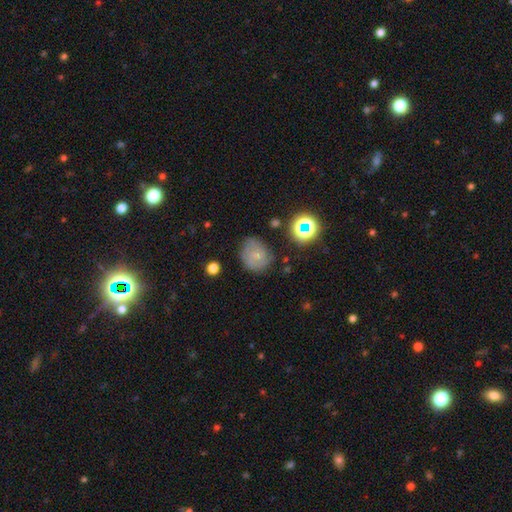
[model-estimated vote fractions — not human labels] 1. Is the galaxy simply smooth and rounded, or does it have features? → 55% smooth, 31% featured or disk, 14% star or artifact.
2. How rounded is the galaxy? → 74% round, 25% in between, 1% cigar-shaped.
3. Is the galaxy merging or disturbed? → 66% none, 23% minor disturbance, 8% major disturbance, 3% merger.